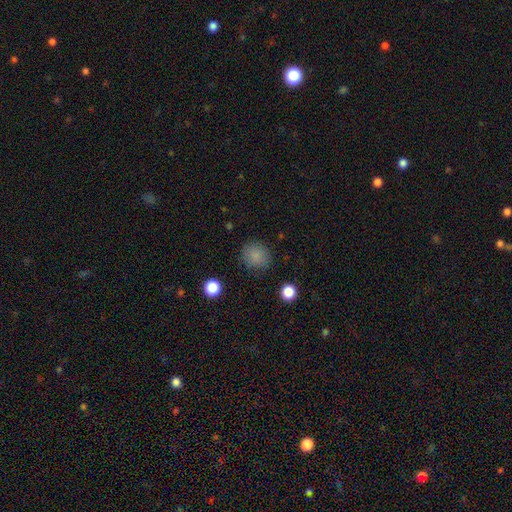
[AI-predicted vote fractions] This is clearly a smooth galaxy (84%). How rounded: clearly round (85%). Merging: clearly none (83%).